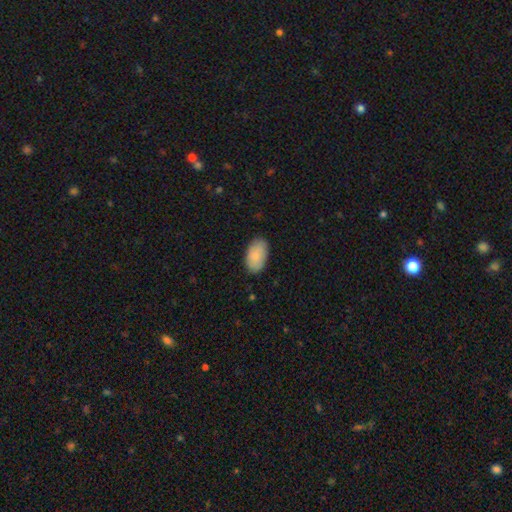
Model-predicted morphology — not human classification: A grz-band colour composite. It shows a smooth galaxy with no disk features (87%) that is in between round and cigar-shaped (95%). Merging: none (83%).